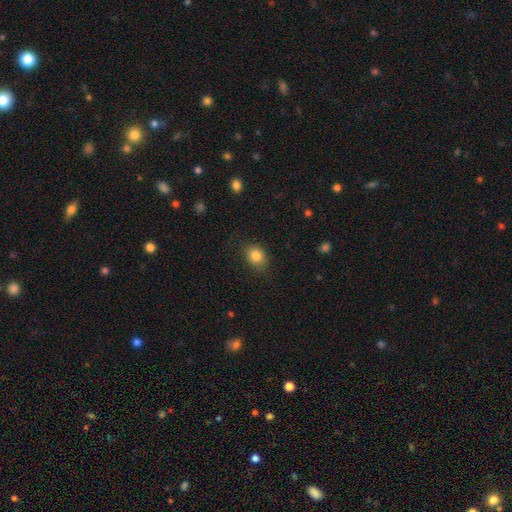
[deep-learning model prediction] A smooth galaxy with no disk features (84%) that is in between round and cigar-shaped (52%).

Vote fractions:
- Smooth or featured? smooth: 84% / star or artifact: 10% / featured or disk: 7%
- How rounded? in between: 52% / round: 47% / cigar-shaped: 1%
- Merging? none: 81% / minor disturbance: 14% / major disturbance: 4% / merger: 1%